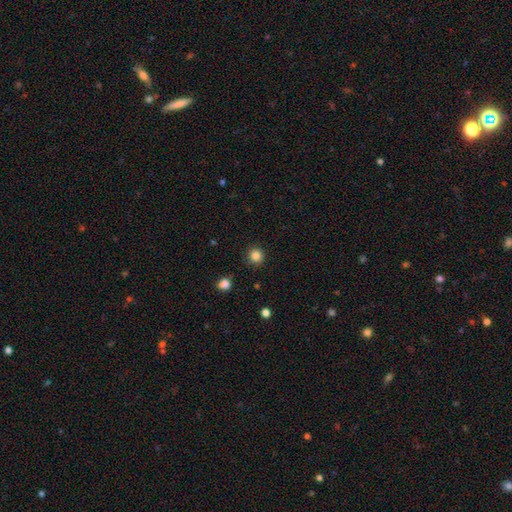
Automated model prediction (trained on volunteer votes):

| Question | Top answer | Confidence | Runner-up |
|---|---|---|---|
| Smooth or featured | smooth | 85% | star or artifact (12%) |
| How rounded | round | 94% | in between (5%) |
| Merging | none | 90% | minor disturbance (6%) |